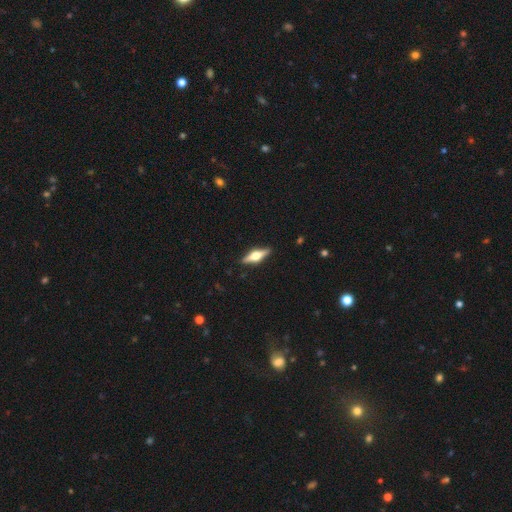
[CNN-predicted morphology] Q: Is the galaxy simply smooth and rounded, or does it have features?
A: featured or disk — 69%.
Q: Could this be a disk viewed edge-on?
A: yes — 96%.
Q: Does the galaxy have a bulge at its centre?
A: rounded — 94%.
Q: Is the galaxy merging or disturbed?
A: none — 89%.